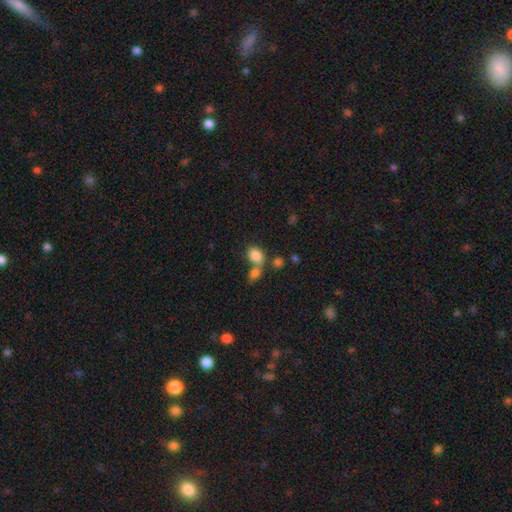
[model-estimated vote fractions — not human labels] Morphology: type=smooth (83%); roundness=in between (74%); merging=merger (46%).